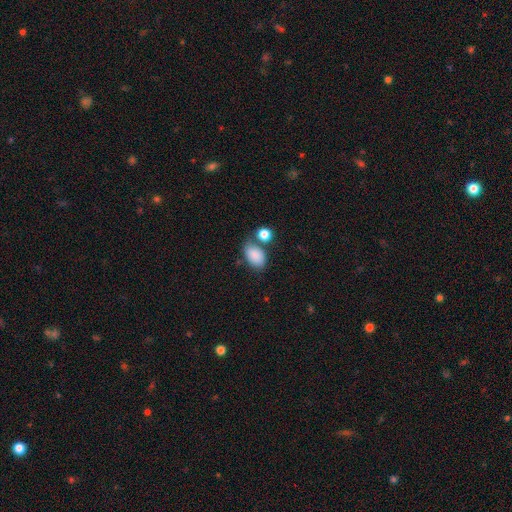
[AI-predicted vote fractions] Morphology: type=smooth (86%); roundness=in between (86%); merging=none (55%).